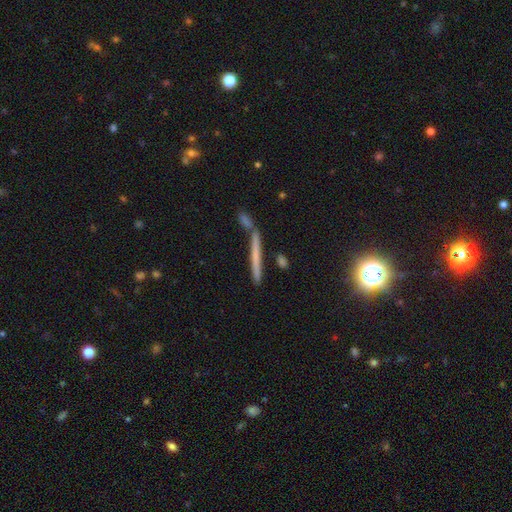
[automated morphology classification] smooth 47%, featured or disk 41%, star or artifact 11%. Down the decision tree: merging — none (69%).